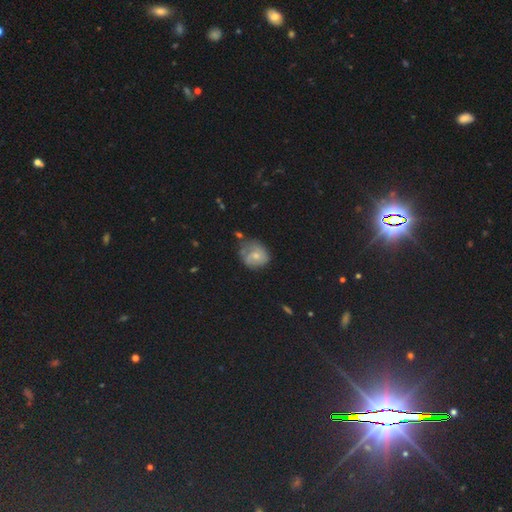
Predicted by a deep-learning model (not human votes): Q: Smooth or featured?
A: smooth (55%); runner-up: featured or disk (32%)
Q: How rounded?
A: round (70%); runner-up: in between (29%)
Q: Merging?
A: none (49%); runner-up: minor disturbance (33%)